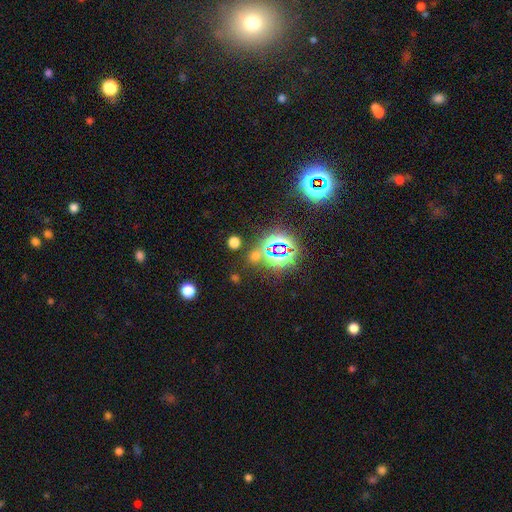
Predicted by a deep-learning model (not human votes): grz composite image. It shows a star or artifact, not a galaxy (54%).